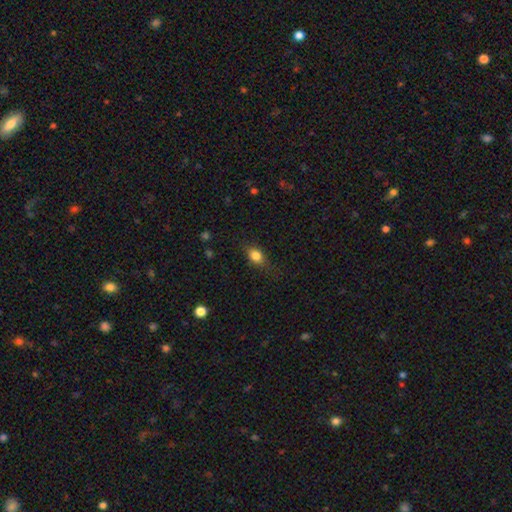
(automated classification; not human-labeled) A smooth galaxy with no disk features (82%) that is in between round and cigar-shaped (65%).

Vote fractions:
- Smooth or featured? smooth: 82% / star or artifact: 10% / featured or disk: 8%
- How rounded? in between: 65% / round: 32% / cigar-shaped: 3%
- Merging? none: 74% / minor disturbance: 19% / major disturbance: 6% / merger: 1%